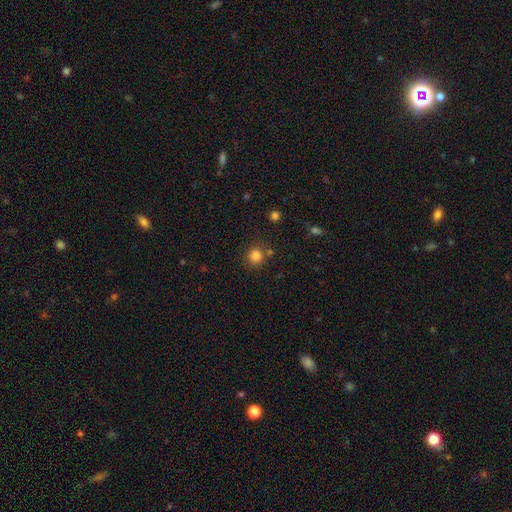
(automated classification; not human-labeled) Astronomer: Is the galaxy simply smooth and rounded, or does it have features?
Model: smooth — 83%.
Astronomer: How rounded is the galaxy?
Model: round — 89%.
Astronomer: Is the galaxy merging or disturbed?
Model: none — 81%.